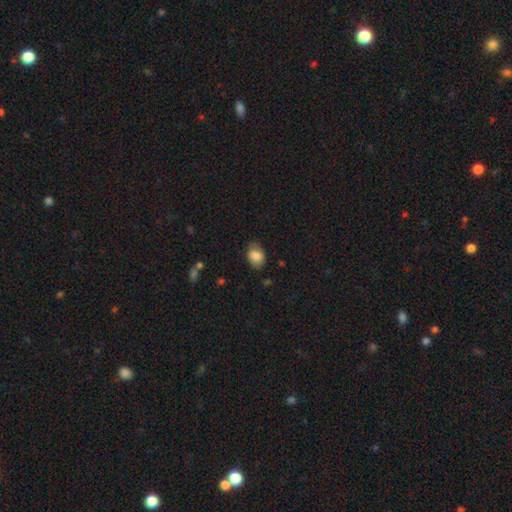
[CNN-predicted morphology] smooth 83%, featured or disk 9%, star or artifact 8%. Down the decision tree: how rounded — in between (75%); merging — none (68%).